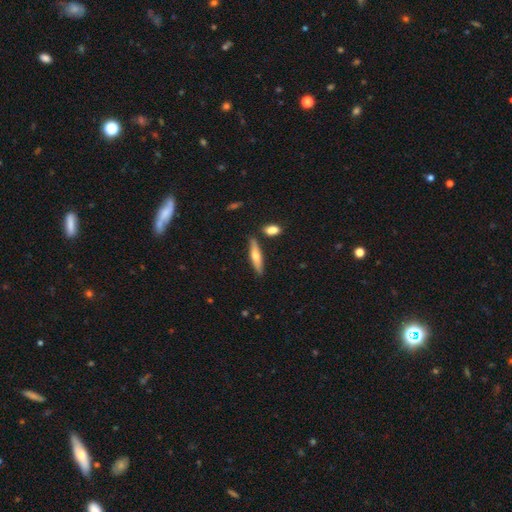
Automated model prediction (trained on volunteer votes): This is possibly a smooth galaxy (54%). How rounded: likely cigar-shaped (74%). Merging: clearly none (82%).